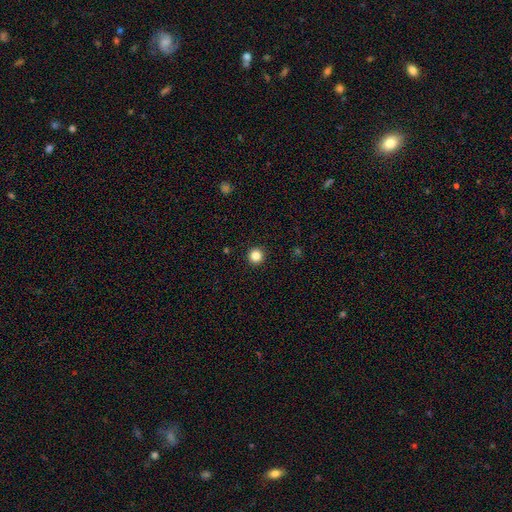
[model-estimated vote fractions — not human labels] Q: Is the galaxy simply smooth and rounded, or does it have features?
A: smooth — 85%.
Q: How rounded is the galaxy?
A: round — 96%.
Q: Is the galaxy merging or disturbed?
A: none — 93%.